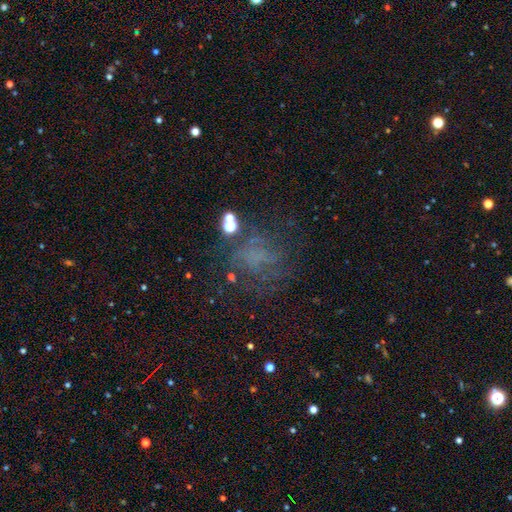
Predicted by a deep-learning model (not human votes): smooth_or_featured: star or artifact (p=0.35) [alt: featured or disk p=0.33]